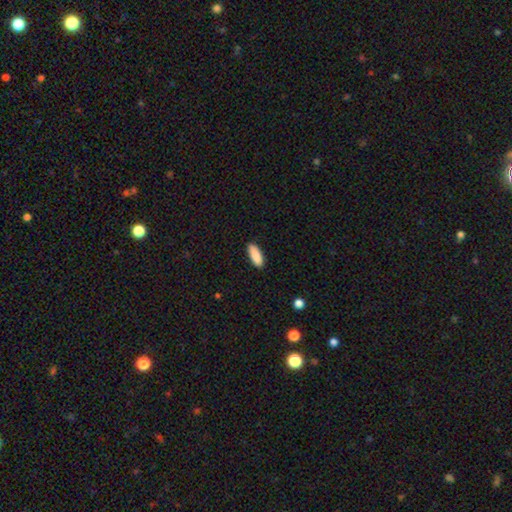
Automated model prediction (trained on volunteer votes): This appears to be a smooth galaxy with no disk features (89%) that is in between round and cigar-shaped (74%). Merging: none (88%).